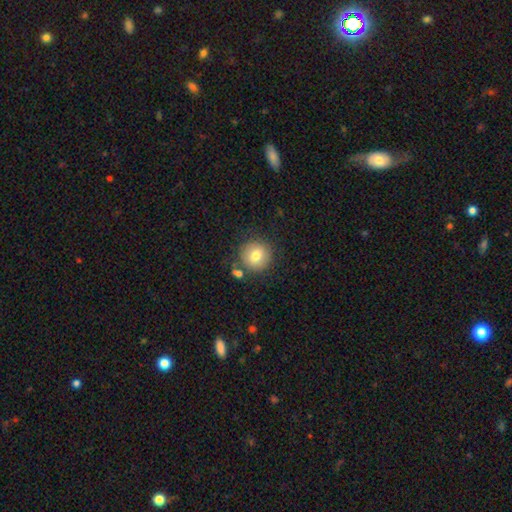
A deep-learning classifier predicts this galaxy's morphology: This appears to be a smooth galaxy with no disk features (76%) that is round (93%). Merging: none (80%).